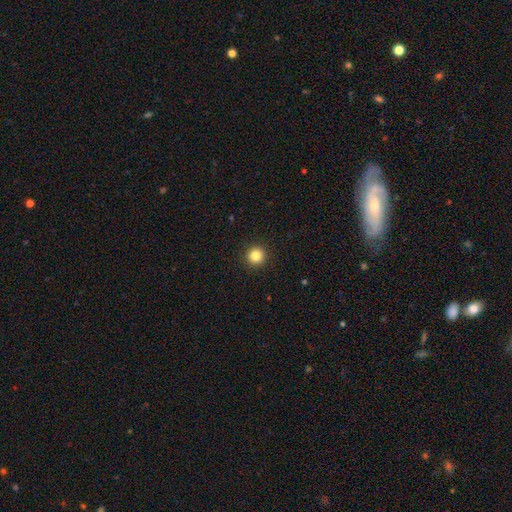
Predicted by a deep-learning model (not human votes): This appears to be a smooth galaxy with no disk features (84%) that is round (96%). Merging: none (93%).